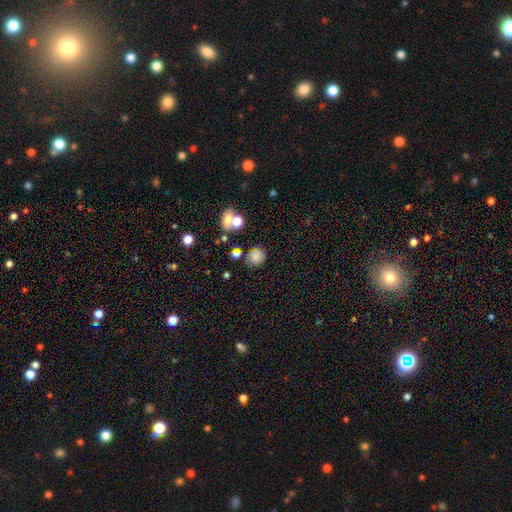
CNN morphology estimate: A smooth galaxy with no disk features (77%) that is round (85%). Merging: none (71%).